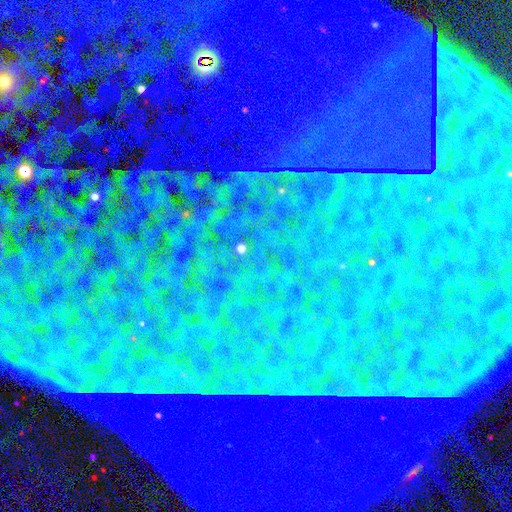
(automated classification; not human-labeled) Smooth or featured?
  - star or artifact: 87% *
  - featured or disk: 7%
  - smooth: 6%